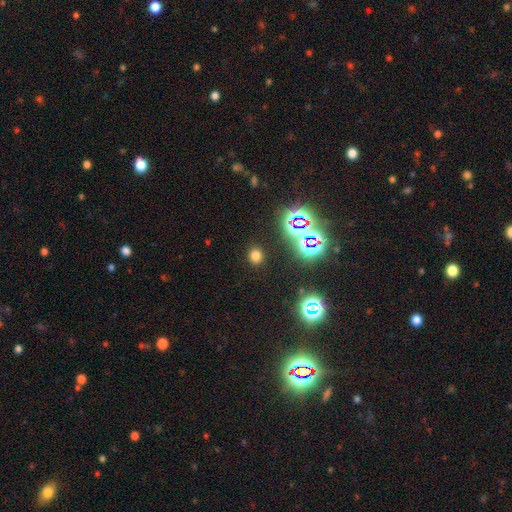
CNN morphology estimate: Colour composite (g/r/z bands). It shows a smooth galaxy with no disk features (69%) that is round (69%). Merging: none (89%).